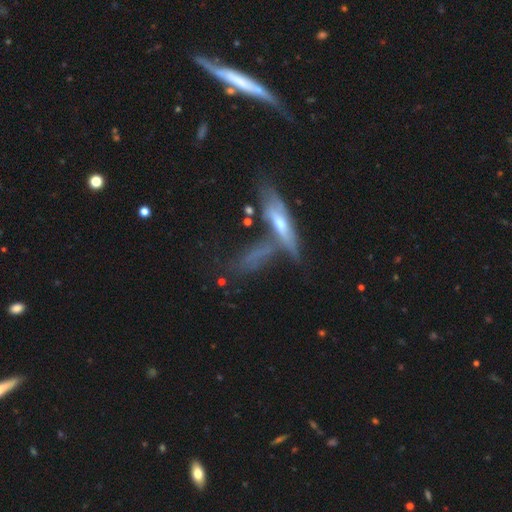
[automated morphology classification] Q: Smooth or featured?
A: featured or disk (53%); runner-up: smooth (36%)
Q: Edge-on disk?
A: yes (62%); runner-up: no (38%)
Q: Merging?
A: none (39%); runner-up: merger (30%)